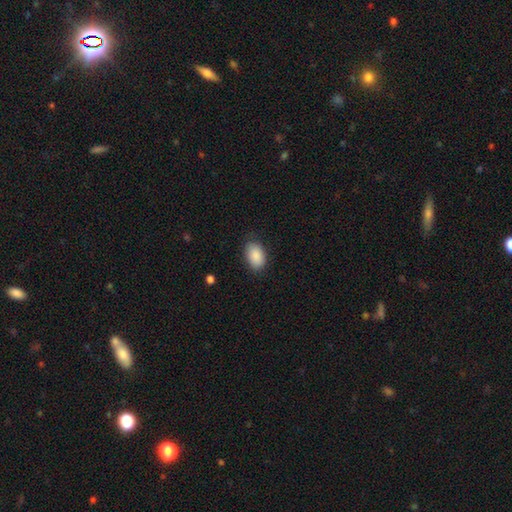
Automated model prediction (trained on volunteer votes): A smooth galaxy with no disk features (89%) that is in between round and cigar-shaped (89%).

Vote fractions:
- Smooth or featured? smooth: 89% / star or artifact: 7% / featured or disk: 5%
- How rounded? in between: 89% / round: 10% / cigar-shaped: 1%
- Merging? none: 78% / minor disturbance: 17% / major disturbance: 4% / merger: 1%